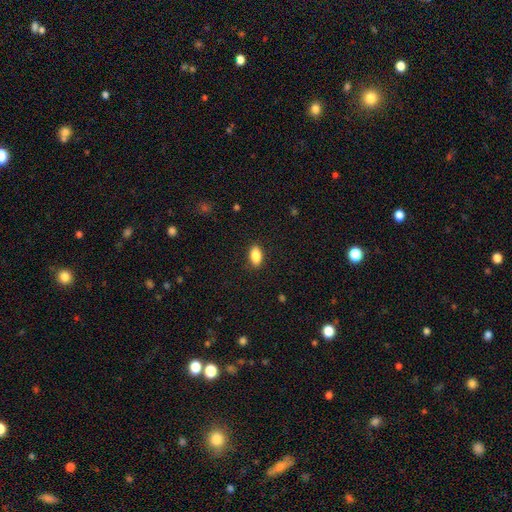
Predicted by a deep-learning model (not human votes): A smooth galaxy with no disk features (86%) that is in between round and cigar-shaped (90%).

Vote fractions:
- Smooth or featured? smooth: 86% / star or artifact: 8% / featured or disk: 6%
- How rounded? in between: 90% / round: 5% / cigar-shaped: 4%
- Merging? none: 88% / minor disturbance: 9% / major disturbance: 2% / merger: 1%